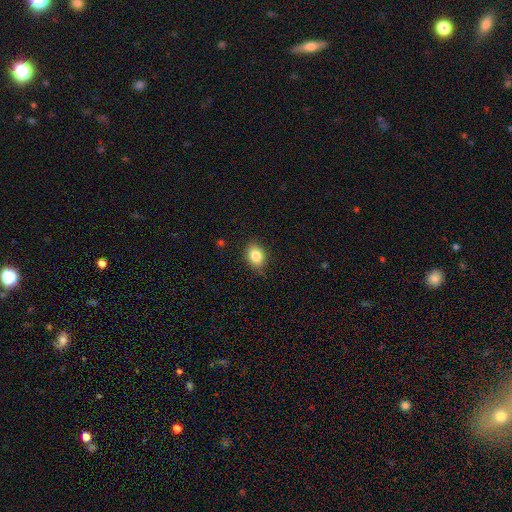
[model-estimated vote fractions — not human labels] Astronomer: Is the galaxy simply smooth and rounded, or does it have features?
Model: smooth — 84%.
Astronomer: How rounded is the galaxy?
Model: in between — 69%.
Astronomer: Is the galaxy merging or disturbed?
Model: none — 82%.